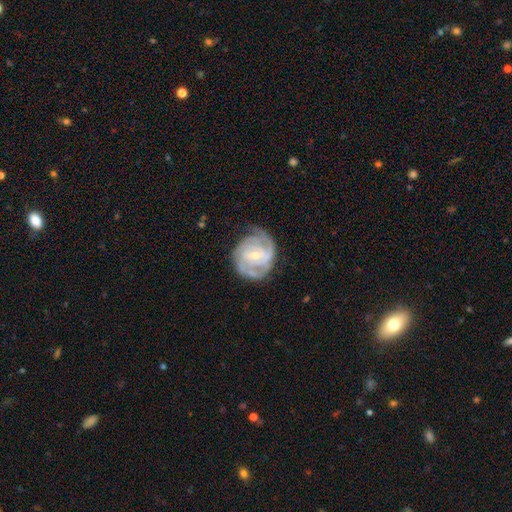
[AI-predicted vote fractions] This appears to be a featured or disk galaxy (88%) with a weak bar (49%), 2 (38%) tight (61%) spiral arms (96%) and a small central bulge (61%). Merging: none (69%).